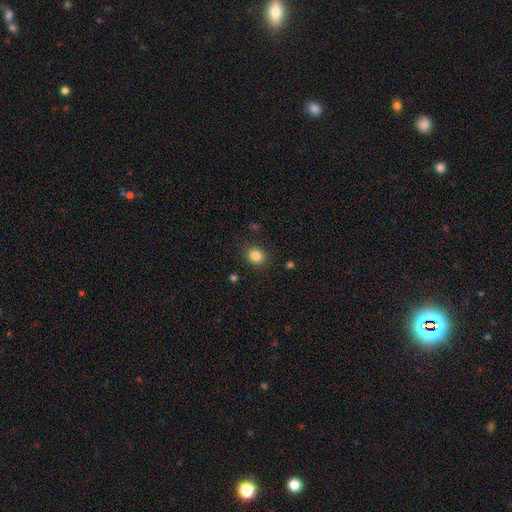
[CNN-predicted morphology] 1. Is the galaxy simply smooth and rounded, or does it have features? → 84% smooth, 11% star or artifact, 5% featured or disk.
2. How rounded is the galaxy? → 65% round, 34% in between, 1% cigar-shaped.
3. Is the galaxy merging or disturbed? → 87% none, 9% minor disturbance, 3% major disturbance, 2% merger.